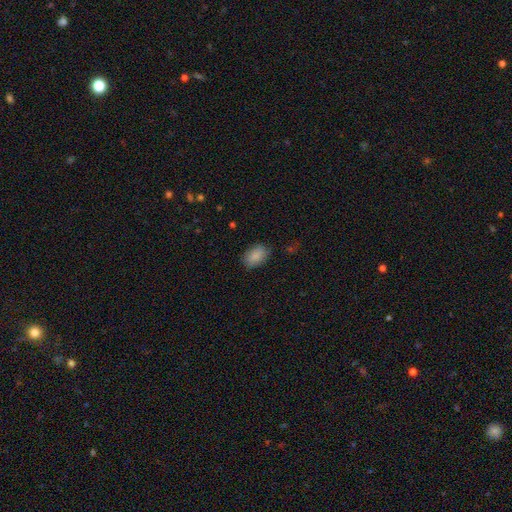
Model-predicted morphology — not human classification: Smooth or featured? smooth (87%)
How rounded? in between (88%)
Merging? none (81%)